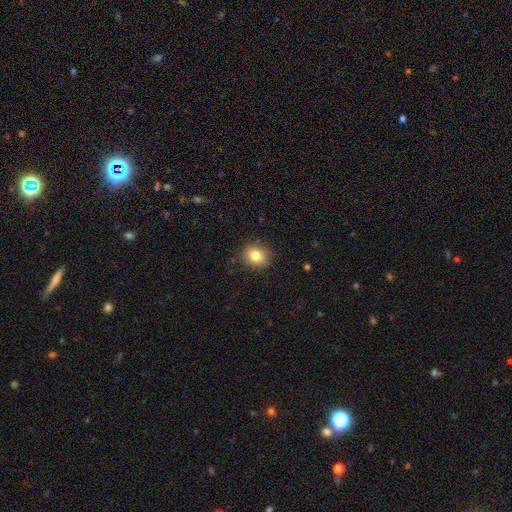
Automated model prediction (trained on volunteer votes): Smooth or featured?
  - smooth: 82% *
  - star or artifact: 10%
  - featured or disk: 8%
How rounded?
  - round: 68% *
  - in between: 31%
  - cigar-shaped: 1%
Merging?
  - none: 87% *
  - minor disturbance: 9%
  - major disturbance: 2%
  - merger: 1%